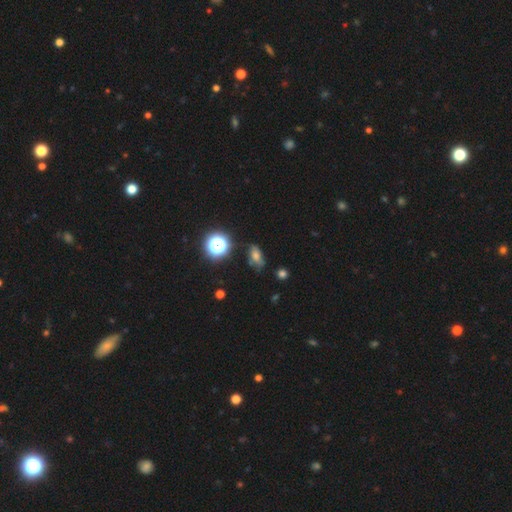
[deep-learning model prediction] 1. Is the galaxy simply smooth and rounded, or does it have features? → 48% smooth, 30% star or artifact, 22% featured or disk.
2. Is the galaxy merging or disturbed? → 69% none, 20% minor disturbance, 7% major disturbance, 4% merger.